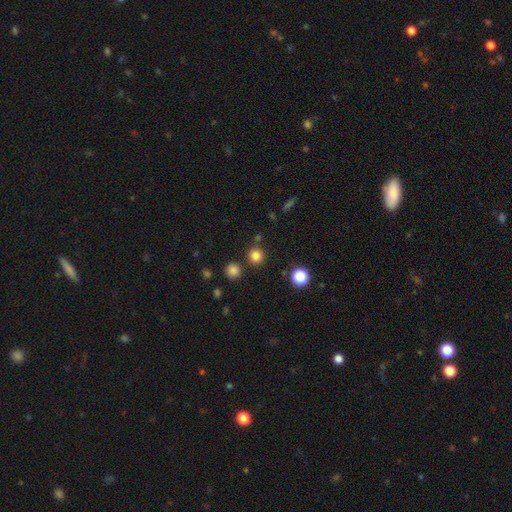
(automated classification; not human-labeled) smooth-or-featured: smooth: 81% | star or artifact: 15% | featured or disk: 4%
  how-rounded: round: 94% | in between: 5% | cigar-shaped: 1%
  merging: none: 85% | minor disturbance: 6% | merger: 6% | major disturbance: 2%